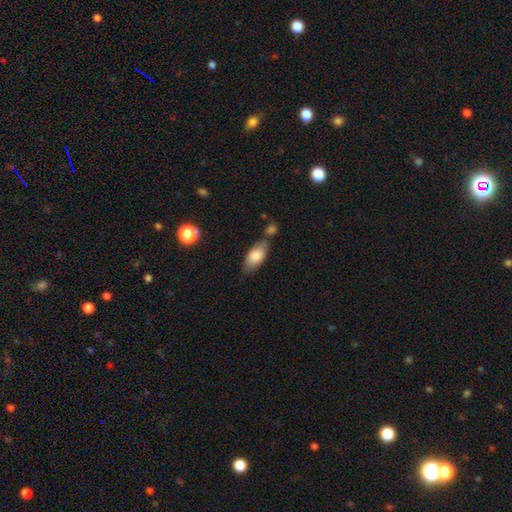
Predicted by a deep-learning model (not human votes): Smooth or featured? smooth (80%)
How rounded? in between (87%)
Merging? none (59%)